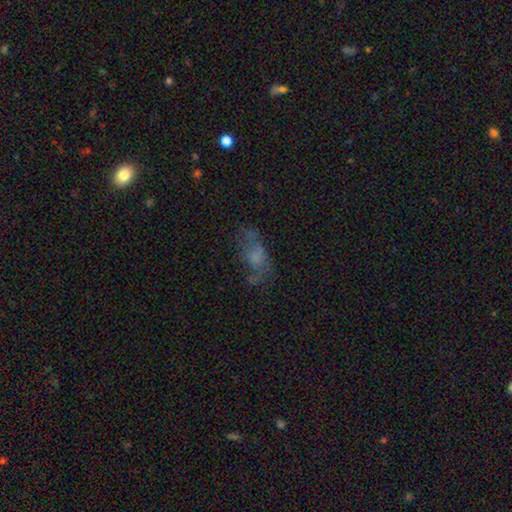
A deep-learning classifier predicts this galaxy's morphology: Smooth or featured: smooth — 48% (featured or disk — 36%)
Merging: none — 45% (major disturbance — 26%)